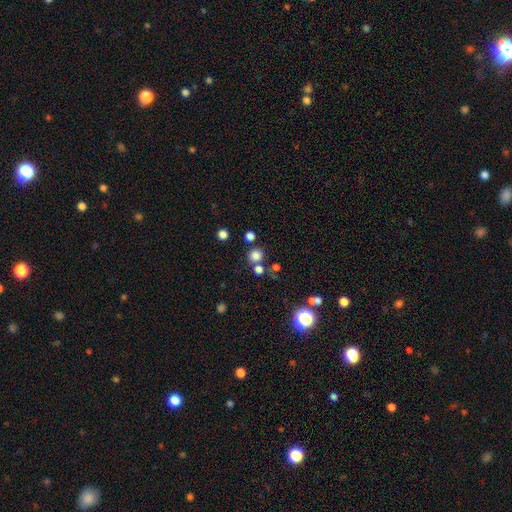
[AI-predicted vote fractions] smooth-or-featured: smooth: 78% | star or artifact: 16% | featured or disk: 6%
  how-rounded: round: 93% | in between: 6% | cigar-shaped: 1%
  merging: none: 75% | merger: 15% | minor disturbance: 7% | major disturbance: 3%